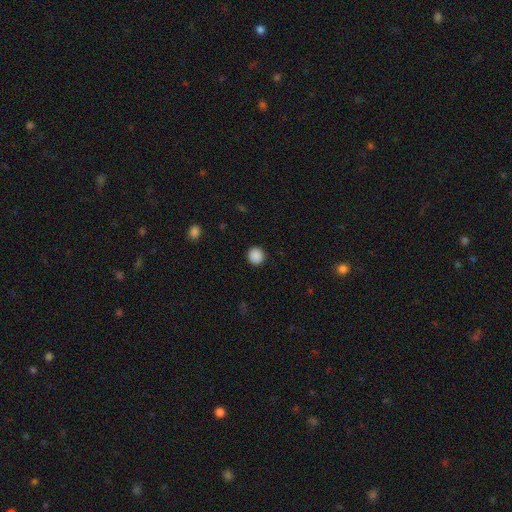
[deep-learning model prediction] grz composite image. It shows a smooth galaxy with no disk features (88%) that is round (93%). Merging: none (92%).